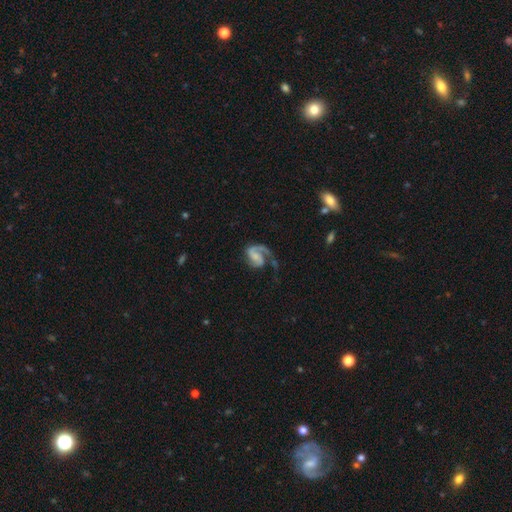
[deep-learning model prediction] Smooth or featured?
  - featured or disk: 86% *
  - smooth: 9%
  - star or artifact: 5%
Edge-on disk?
  - no: 98% *
  - yes: 2%
Bar?
  - no: 46% *
  - weak: 40%
  - strong: 14%
Spiral arms?
  - yes: 96% *
  - no: 4%
Spiral winding?
  - medium: 49% *
  - loose: 30%
  - tight: 21%
Spiral arm count?
  - 2: 52% *
  - 1: 43%
  - can't tell: 2%
  - 3: 1%
  - 4: 1%
  - more than 4: 1%
Bulge size?
  - small: 40% *
  - none: 28%
  - moderate: 25%
  - large: 5%
  - dominant: 2%
Merging?
  - none: 47% *
  - major disturbance: 29%
  - minor disturbance: 20%
  - merger: 4%